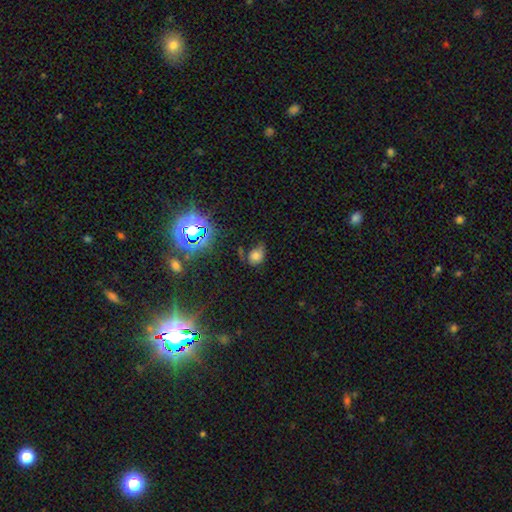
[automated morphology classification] smooth 64%, star or artifact 24%, featured or disk 12%. Down the decision tree: how rounded — in between (53%); merging — none (44%).